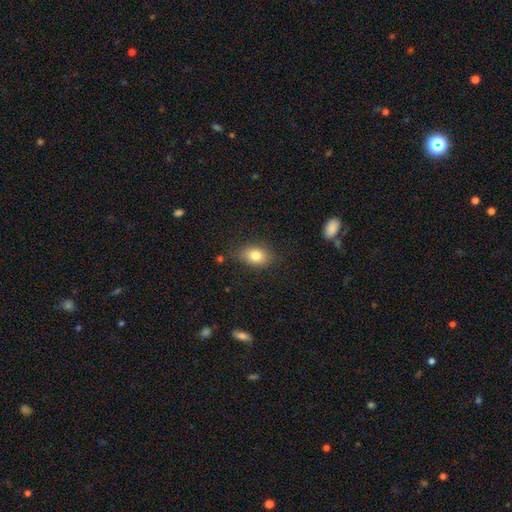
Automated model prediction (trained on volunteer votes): Smooth or featured? smooth (79%)
How rounded? in between (73%)
Merging? none (77%)